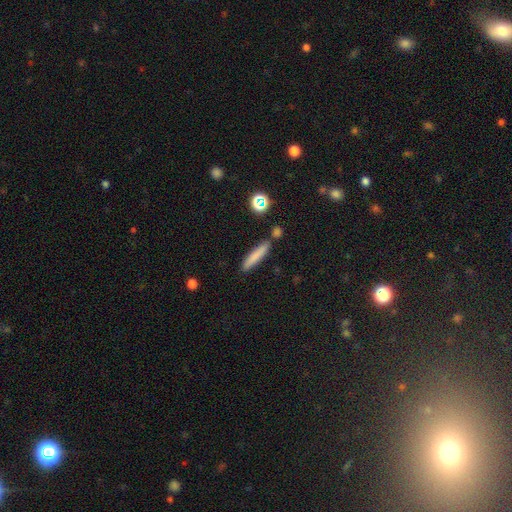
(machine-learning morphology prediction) Smooth or featured? smooth (78%)
How rounded? cigar-shaped (88%)
Merging? none (79%)